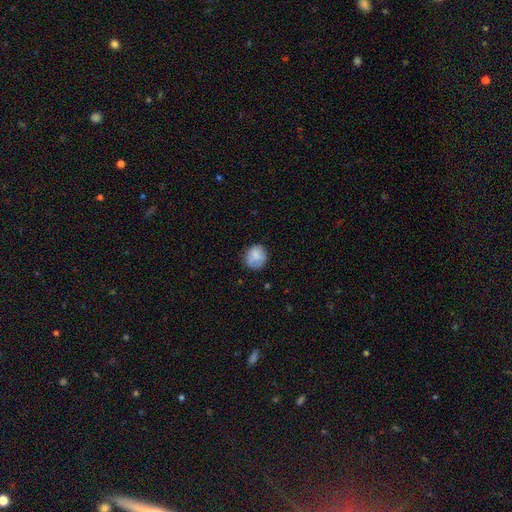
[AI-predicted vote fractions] smooth_or_featured: smooth (p=0.79) [alt: featured or disk p=0.13]
how_rounded: round (p=0.75) [alt: in between p=0.24]
merging: none (p=0.71) [alt: minor disturbance p=0.22]